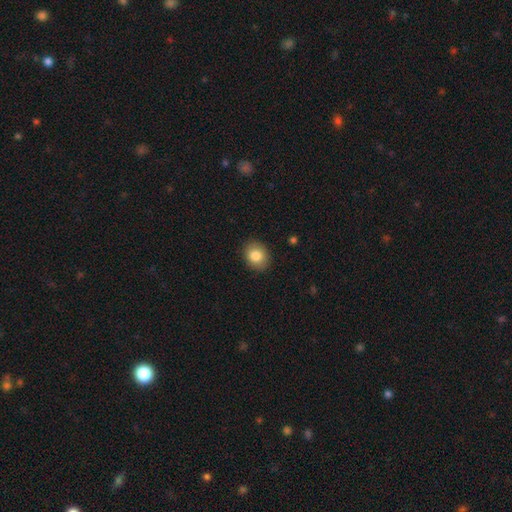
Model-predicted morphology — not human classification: Smooth or featured? smooth (84%)
How rounded? round (52%)
Merging? none (89%)